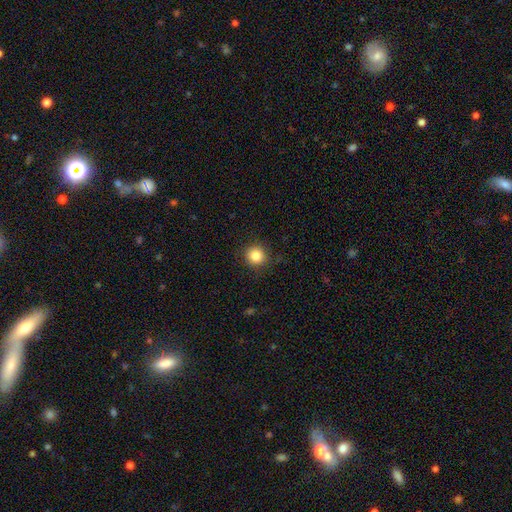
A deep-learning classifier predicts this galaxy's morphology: A smooth galaxy with no disk features (84%) that is round (94%). Merging: none (90%).